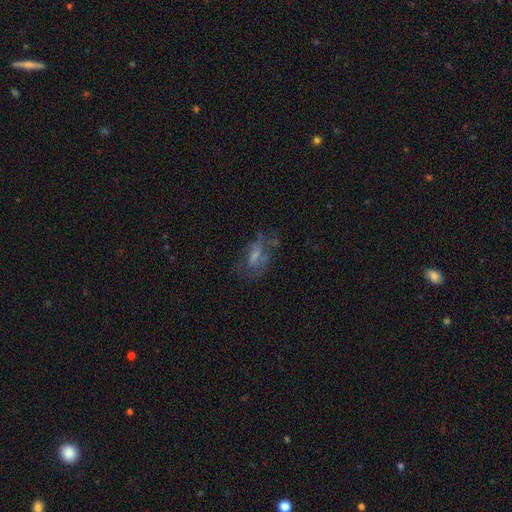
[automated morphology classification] type=featured or disk (47%); merging=none (42%).